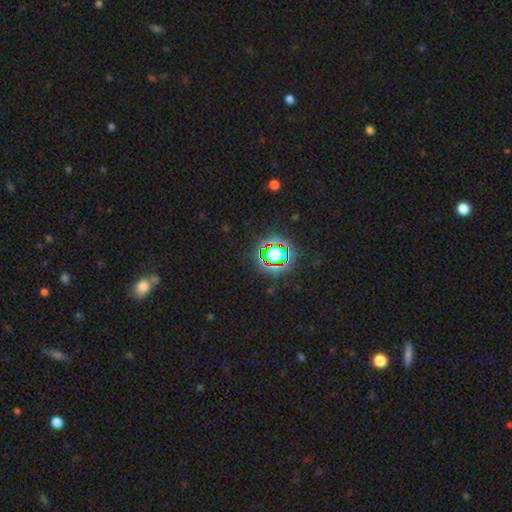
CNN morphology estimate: Overall: star or artifact (77%).